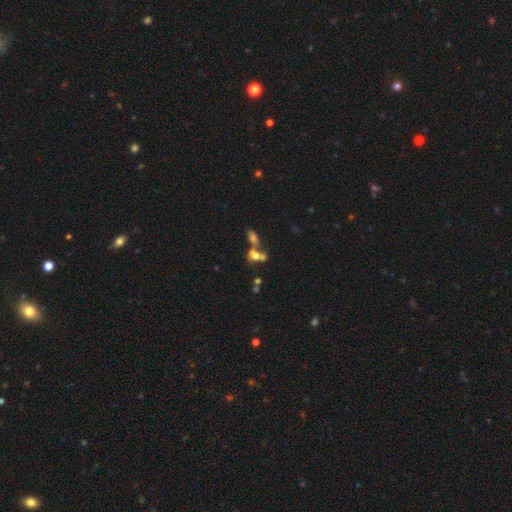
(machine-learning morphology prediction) Smooth or featured? smooth (60%)
How rounded? in between (61%)
Merging? merger (55%)